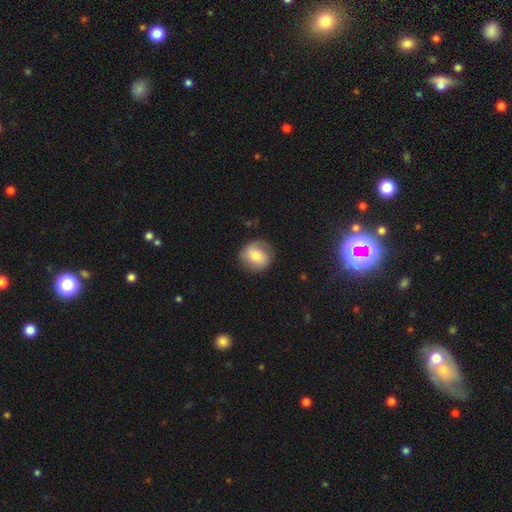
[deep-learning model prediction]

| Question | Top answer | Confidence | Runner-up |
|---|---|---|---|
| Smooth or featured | smooth | 61% | featured or disk (32%) |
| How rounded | round | 84% | in between (15%) |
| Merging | none | 79% | minor disturbance (15%) |